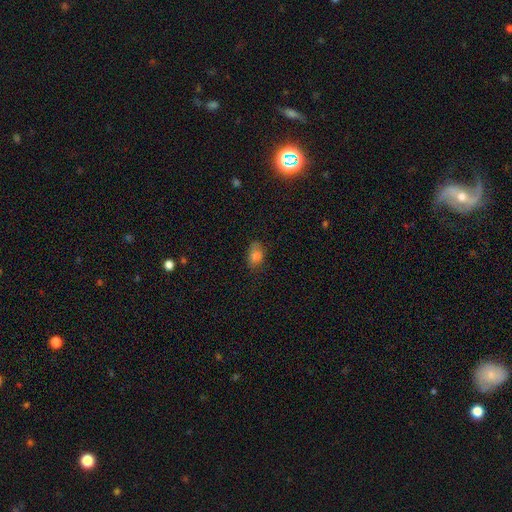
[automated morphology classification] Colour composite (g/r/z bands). It shows a smooth galaxy with no disk features (80%) that is in between round and cigar-shaped (82%). Merging: none (71%).